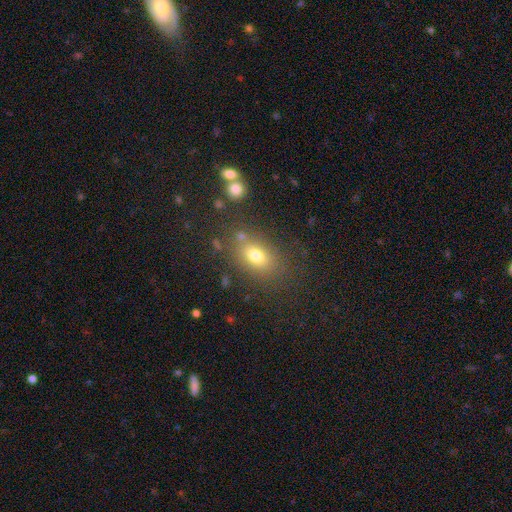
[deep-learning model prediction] The model was most divided on "how rounded": in between: 74%, round: 23%, cigar-shaped: 2%. More confident: merging — none (75%); smooth or featured — smooth (74%).